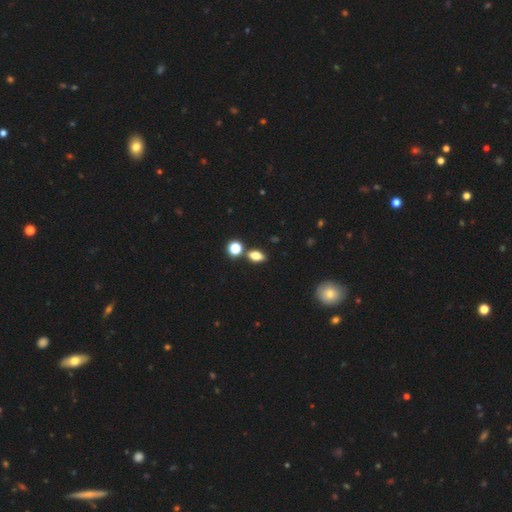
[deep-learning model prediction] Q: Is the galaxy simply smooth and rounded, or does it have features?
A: smooth — 74%.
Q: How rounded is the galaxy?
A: in between — 78%.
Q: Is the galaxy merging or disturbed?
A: none — 75%.